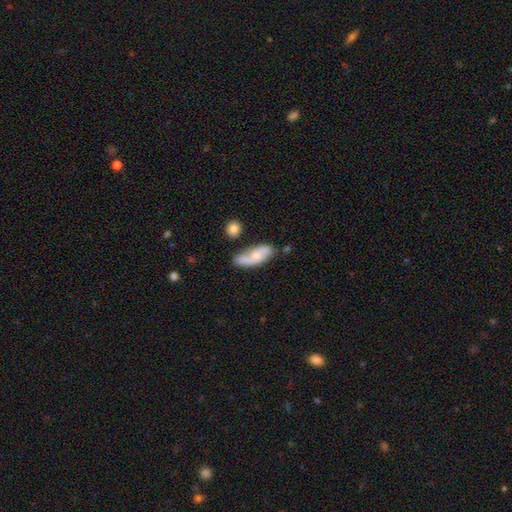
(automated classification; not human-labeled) This is possibly a smooth galaxy (54%). How rounded: likely in between (73%). Merging: possibly none (55%).